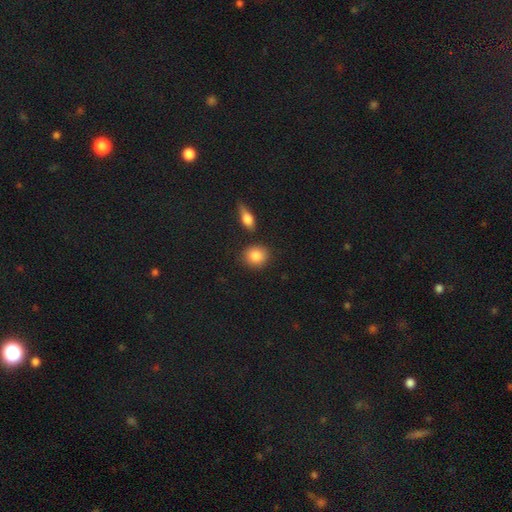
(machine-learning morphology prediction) smooth-or-featured: smooth: 85% | featured or disk: 8% | star or artifact: 8%
  how-rounded: round: 78% | in between: 21% | cigar-shaped: 2%
  merging: none: 82% | minor disturbance: 9% | merger: 6% | major disturbance: 3%